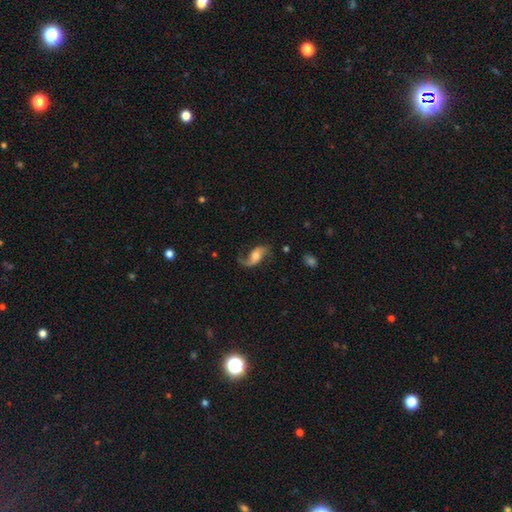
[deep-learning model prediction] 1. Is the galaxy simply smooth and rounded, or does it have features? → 78% featured or disk, 16% smooth, 7% star or artifact.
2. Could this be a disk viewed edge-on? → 95% no, 5% yes.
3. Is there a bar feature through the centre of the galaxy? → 53% no, 34% weak, 13% strong.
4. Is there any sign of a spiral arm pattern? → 94% yes, 6% no.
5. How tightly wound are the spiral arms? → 75% loose, 20% medium, 5% tight.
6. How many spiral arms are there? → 74% 2, 21% 1, 2% can't tell, 1% 3, 1% 4, 1% more than 4.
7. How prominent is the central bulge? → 60% moderate, 22% small, 12% large, 3% none, 2% dominant.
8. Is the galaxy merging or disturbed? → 61% none, 20% minor disturbance, 16% major disturbance, 2% merger.